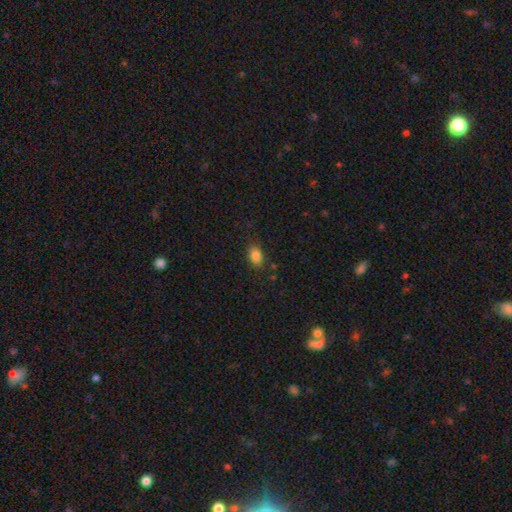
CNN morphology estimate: Smooth or featured? smooth (85%)
How rounded? in between (83%)
Merging? none (83%)